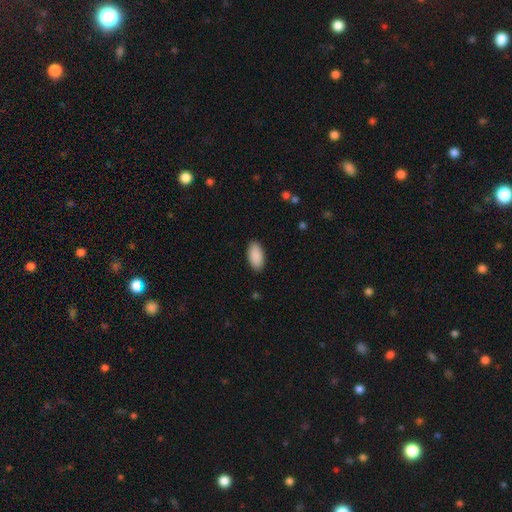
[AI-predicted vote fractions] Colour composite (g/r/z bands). It shows a smooth galaxy with no disk features (91%) that is in between round and cigar-shaped (95%). Merging: none (89%).